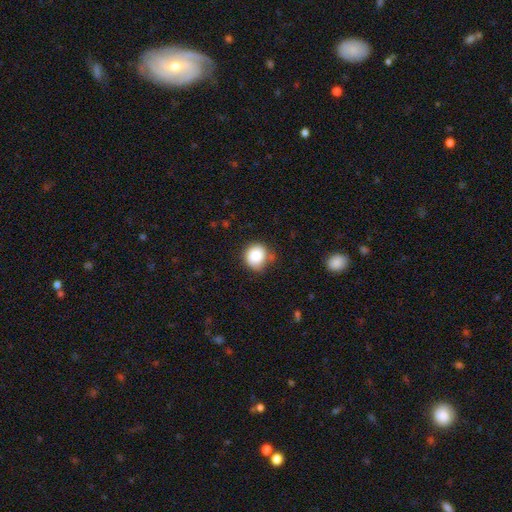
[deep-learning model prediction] Smooth or featured? Predicted: smooth (p=0.83). How rounded? Predicted: round (p=0.85). Merging? Predicted: none (p=0.67).